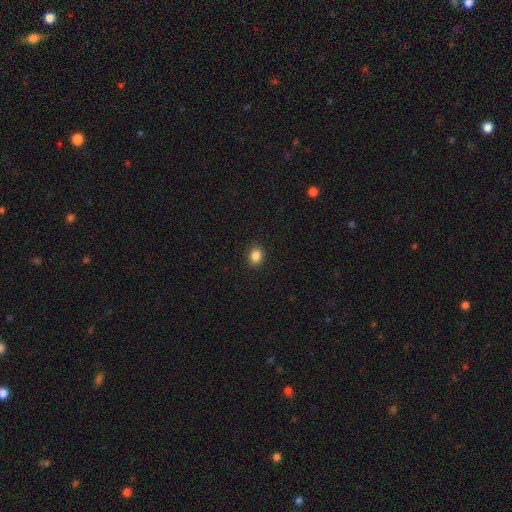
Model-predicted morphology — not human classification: smooth 86%, star or artifact 10%, featured or disk 4%. Down the decision tree: how rounded — in between (50%); merging — none (91%).